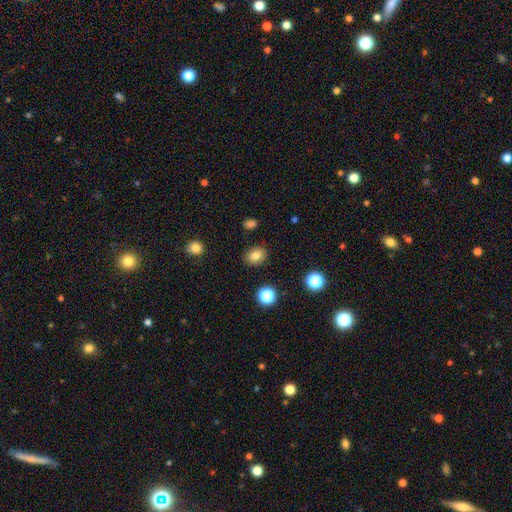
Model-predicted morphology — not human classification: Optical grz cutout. It shows a smooth galaxy with no disk features (81%) that is in between round and cigar-shaped (53%). Merging: none (87%).